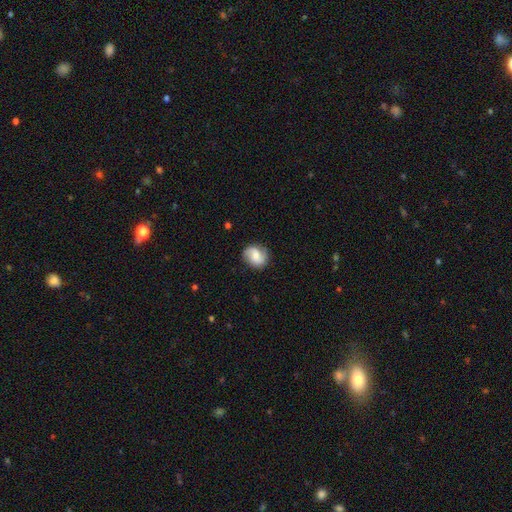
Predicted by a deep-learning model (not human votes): This is likely a featured or disk galaxy (60%). It is clearly not viewed edge-on (98%). Bar: possibly no (47%). Spiral arm pattern: clearly yes (94%). Spiral arm count: clearly 2 (87%). Spiral winding: marginally medium (42%). Central bulge: marginally moderate (45%). Merging: clearly none (81%).